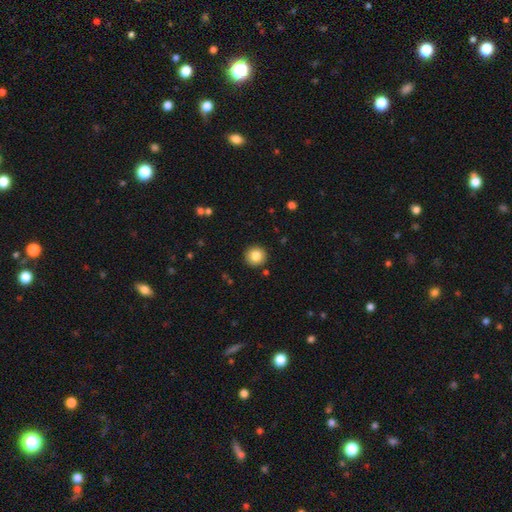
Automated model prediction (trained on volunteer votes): smooth 83%, star or artifact 10%, featured or disk 8%. Down the decision tree: how rounded — round (94%); merging — none (91%).